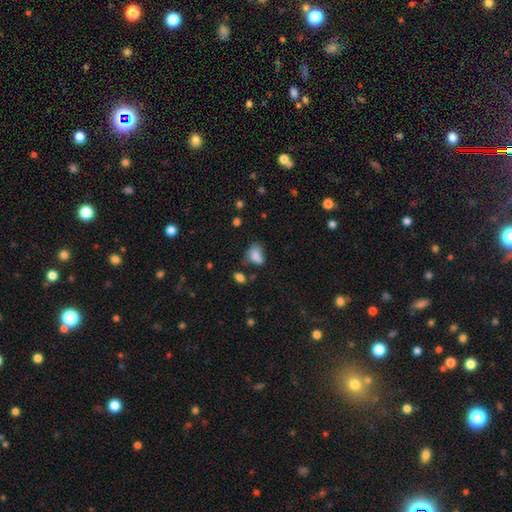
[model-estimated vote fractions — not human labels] A smooth galaxy with no disk features (79%) that is in between round and cigar-shaped (77%). Merging: none (39%).